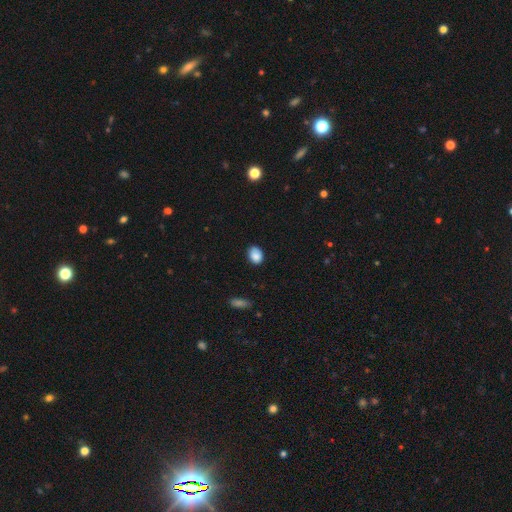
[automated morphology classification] smooth-or-featured: smooth: 87% | star or artifact: 8% | featured or disk: 5%
  how-rounded: in between: 70% | round: 28% | cigar-shaped: 1%
  merging: none: 79% | minor disturbance: 17% | major disturbance: 3% | merger: 1%